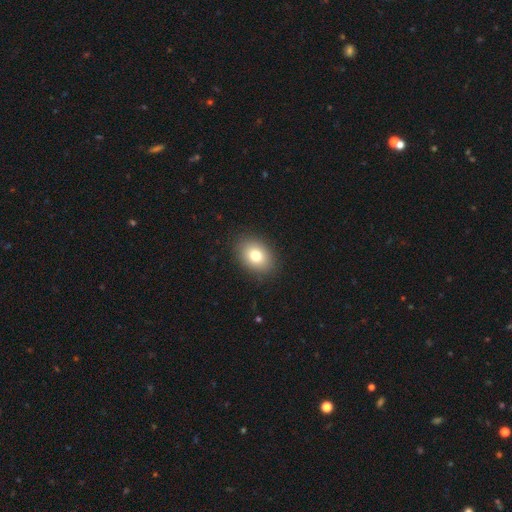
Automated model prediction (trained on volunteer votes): A smooth galaxy with no disk features (78%) that is in between round and cigar-shaped (69%). Merging: none (89%).